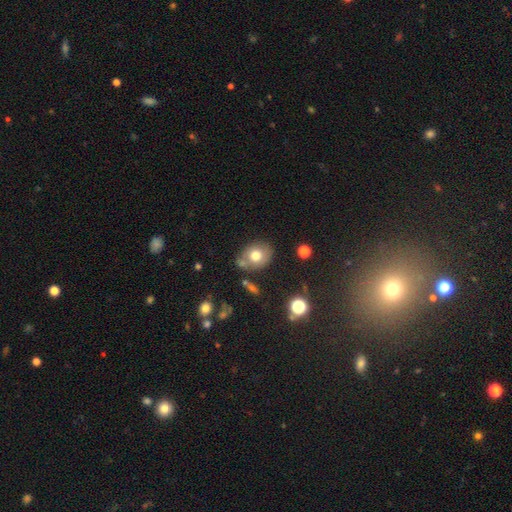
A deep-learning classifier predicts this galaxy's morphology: Overall: smooth (72%). How rounded: round (57%; in between 42%). Merging: none (66%).